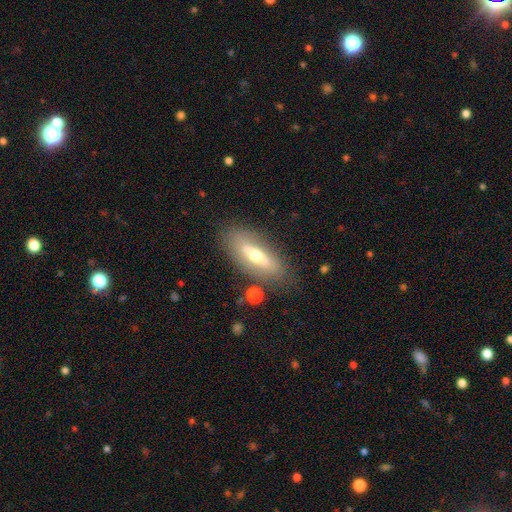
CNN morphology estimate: type=featured or disk (49%); merging=none (80%).